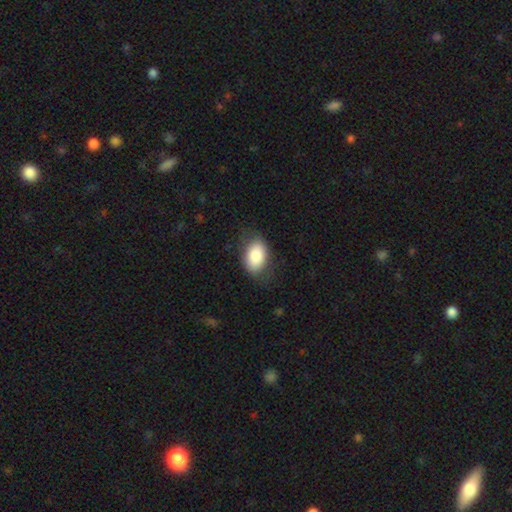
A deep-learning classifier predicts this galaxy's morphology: A smooth galaxy with no disk features (82%) that is in between round and cigar-shaped (88%).

Vote fractions:
- Smooth or featured? smooth: 82% / featured or disk: 11% / star or artifact: 7%
- How rounded? in between: 88% / round: 10% / cigar-shaped: 1%
- Merging? none: 74% / minor disturbance: 19% / major disturbance: 6% / merger: 1%